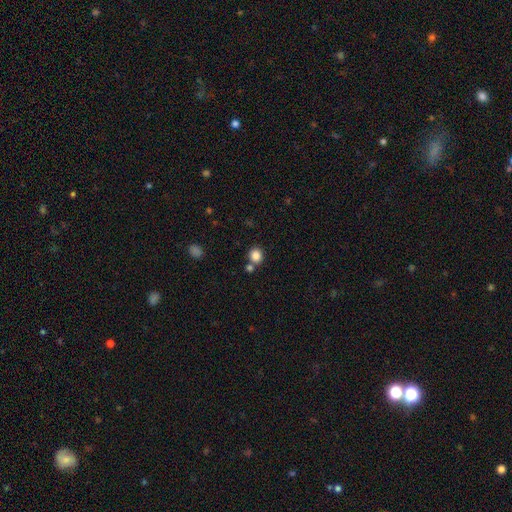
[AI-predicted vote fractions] smooth_or_featured: smooth (p=0.84) [alt: star or artifact p=0.11]
how_rounded: round (p=0.85) [alt: in between p=0.14]
merging: none (p=0.70) [alt: merger p=0.19]